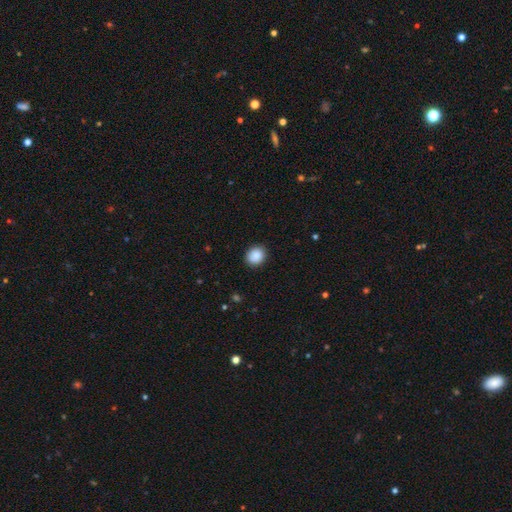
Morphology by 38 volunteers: smooth-or-featured: smooth: 95% | featured or disk: 3% | star or artifact: 3%
  how-rounded: round: 78% | in between: 22% | cigar-shaped: 0%
  merging: none: 95% | minor disturbance: 5% | major disturbance: 0% | merger: 0%